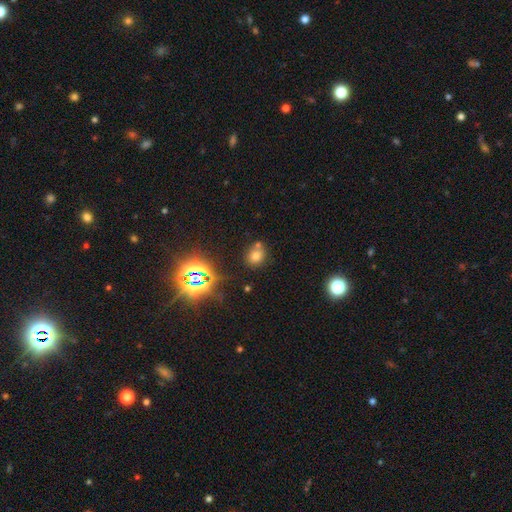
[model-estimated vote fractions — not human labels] This is likely a smooth galaxy (65%). How rounded: likely round (72%). Merging: likely none (64%).